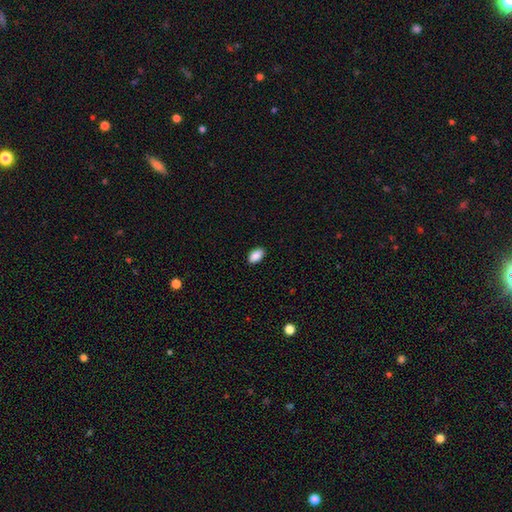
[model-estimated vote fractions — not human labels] The model was most divided on "merging": none: 90%, minor disturbance: 8%, major disturbance: 2%, merger: 1%. More confident: how rounded — in between (93%); smooth or featured — smooth (90%).